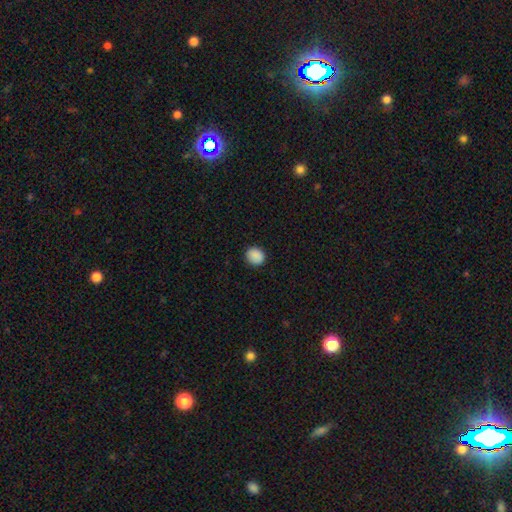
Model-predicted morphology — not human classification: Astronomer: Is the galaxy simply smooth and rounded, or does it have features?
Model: smooth — 89%.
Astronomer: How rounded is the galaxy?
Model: round — 84%.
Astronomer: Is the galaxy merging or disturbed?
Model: none — 90%.